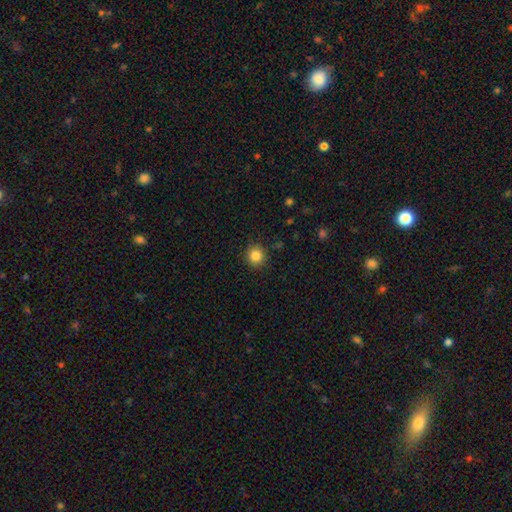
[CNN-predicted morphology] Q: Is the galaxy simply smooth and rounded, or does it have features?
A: smooth — 84%.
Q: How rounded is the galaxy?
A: round — 89%.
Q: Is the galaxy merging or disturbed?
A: none — 89%.